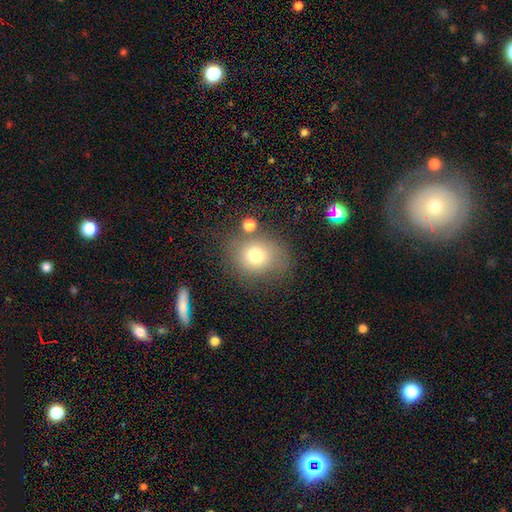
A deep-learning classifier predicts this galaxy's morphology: A smooth galaxy with no disk features (72%) that is round (69%).

Vote fractions:
- Smooth or featured? smooth: 72% / featured or disk: 14% / star or artifact: 14%
- How rounded? round: 69% / in between: 30% / cigar-shaped: 1%
- Merging? none: 67% / minor disturbance: 17% / merger: 9% / major disturbance: 8%